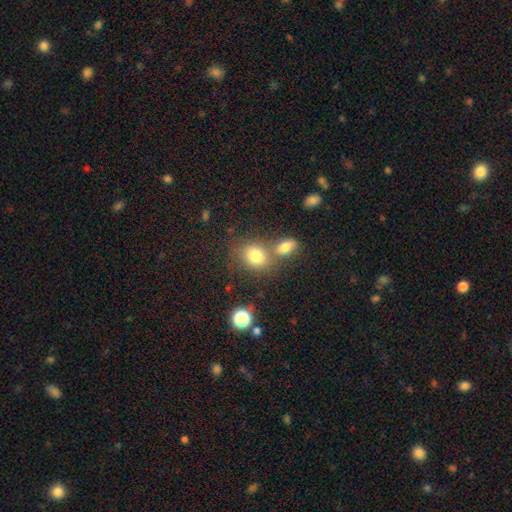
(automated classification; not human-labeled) This appears to be a smooth galaxy with no disk features (78%) that is round (53%). Merging: none (52%).